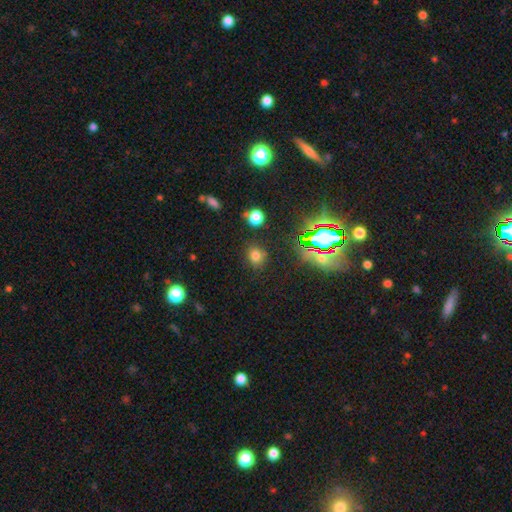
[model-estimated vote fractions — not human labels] smooth 69%, star or artifact 24%, featured or disk 7%. Down the decision tree: how rounded — round (71%); merging — none (81%).